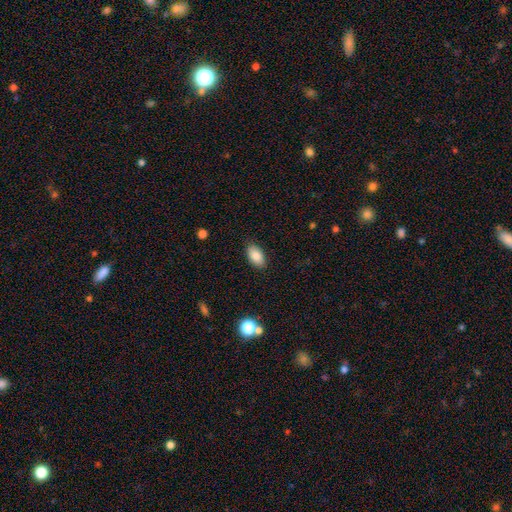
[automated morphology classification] The model was most divided on "merging": none: 86%, minor disturbance: 11%, major disturbance: 2%, merger: 1%. More confident: how rounded — in between (93%); smooth or featured — smooth (85%).